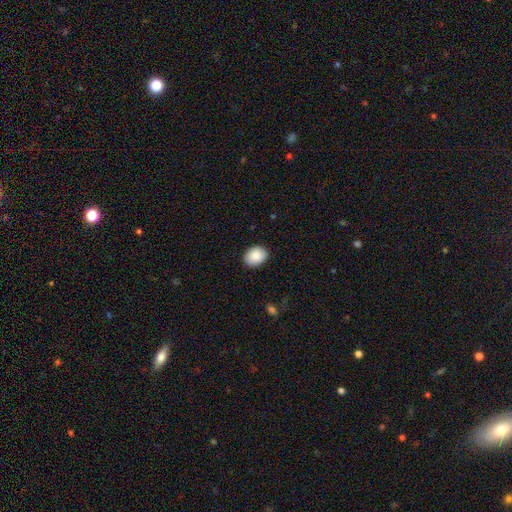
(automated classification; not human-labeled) smooth-or-featured: smooth: 88% | star or artifact: 7% | featured or disk: 5%
  how-rounded: in between: 67% | round: 32% | cigar-shaped: 1%
  merging: none: 88% | minor disturbance: 9% | major disturbance: 2% | merger: 1%